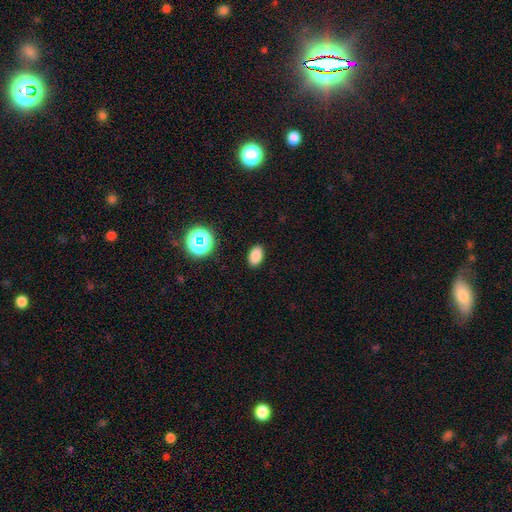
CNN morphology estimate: Overall: smooth (82%). How rounded: in between (88%). Merging: none (89%).